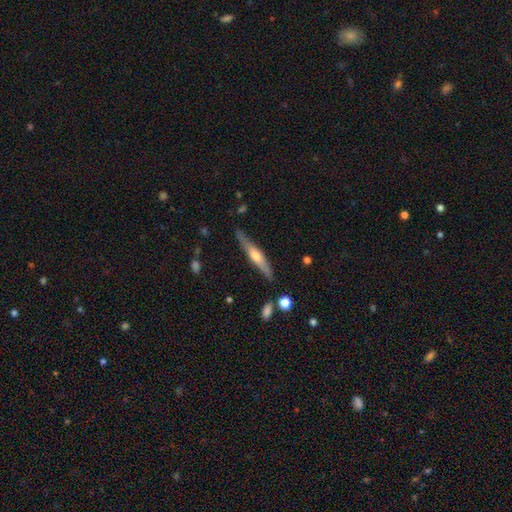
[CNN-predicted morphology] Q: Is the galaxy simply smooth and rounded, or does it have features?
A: featured or disk — 62%.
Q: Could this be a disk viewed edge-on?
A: yes — 95%.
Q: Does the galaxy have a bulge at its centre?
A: rounded — 85%.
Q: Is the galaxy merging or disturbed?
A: none — 84%.